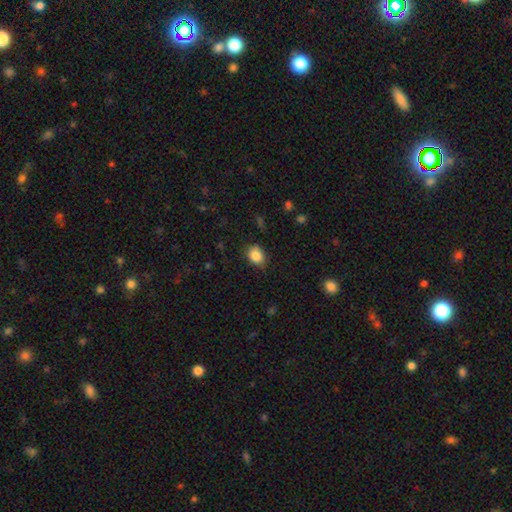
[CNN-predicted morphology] Q: Smooth or featured?
A: smooth (85%); runner-up: star or artifact (9%)
Q: How rounded?
A: in between (55%); runner-up: round (44%)
Q: Merging?
A: none (76%); runner-up: minor disturbance (20%)